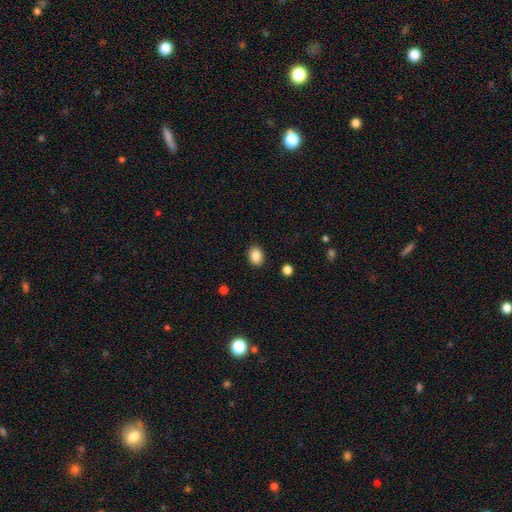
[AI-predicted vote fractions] Smooth or featured: smooth — 87% (star or artifact — 9%)
How rounded: in between — 64% (round — 35%)
Merging: none — 89% (minor disturbance — 8%)